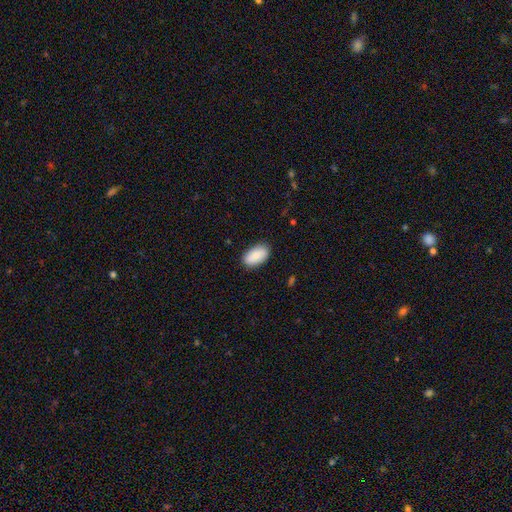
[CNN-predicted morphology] smooth_or_featured: smooth (p=0.88) [alt: star or artifact p=0.06]
how_rounded: in between (p=0.95) [alt: round p=0.03]
merging: none (p=0.86) [alt: minor disturbance p=0.11]